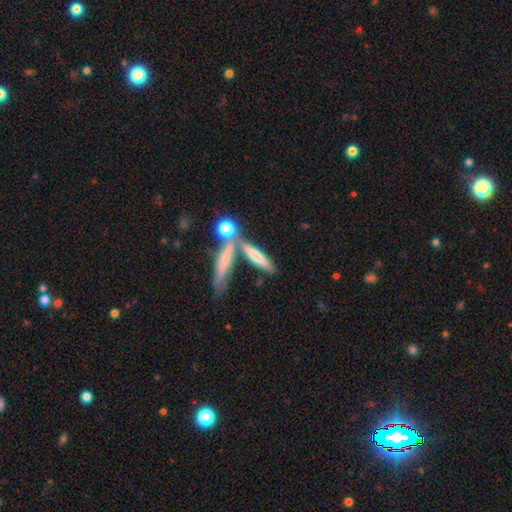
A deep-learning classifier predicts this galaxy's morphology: smooth_or_featured: smooth (p=0.61) [alt: featured or disk p=0.30]
how_rounded: cigar-shaped (p=0.80) [alt: in between p=0.15]
merging: none (p=0.51) [alt: merger p=0.32]